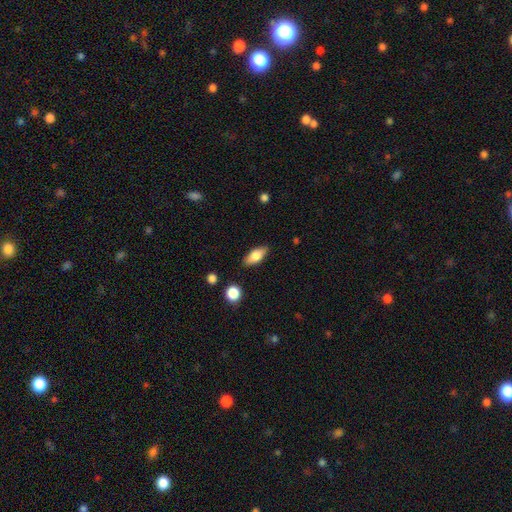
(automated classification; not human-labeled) Overall: smooth (77%). How rounded: in between (84%). Merging: none (85%).